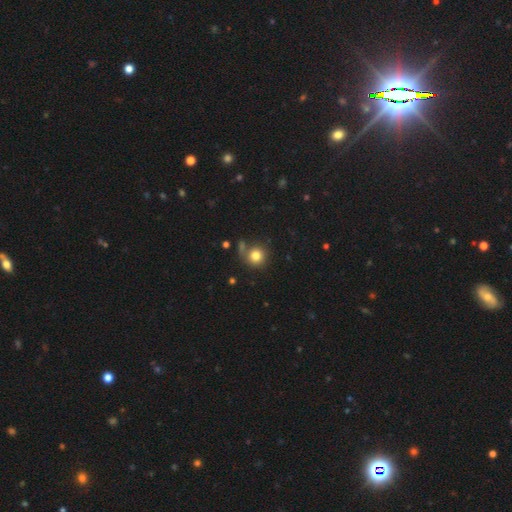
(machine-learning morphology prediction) smooth-or-featured: smooth: 80% | star or artifact: 11% | featured or disk: 8%
  how-rounded: round: 91% | in between: 8% | cigar-shaped: 1%
  merging: none: 69% | minor disturbance: 13% | merger: 11% | major disturbance: 6%